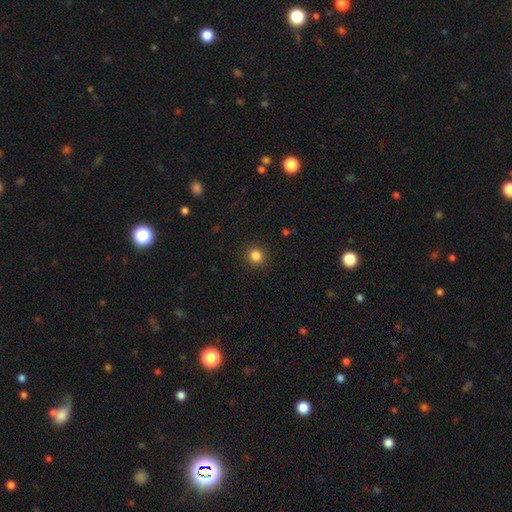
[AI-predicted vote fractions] Smooth or featured: smooth — 84% (star or artifact — 12%)
How rounded: round — 92% (in between — 7%)
Merging: none — 92% (minor disturbance — 5%)